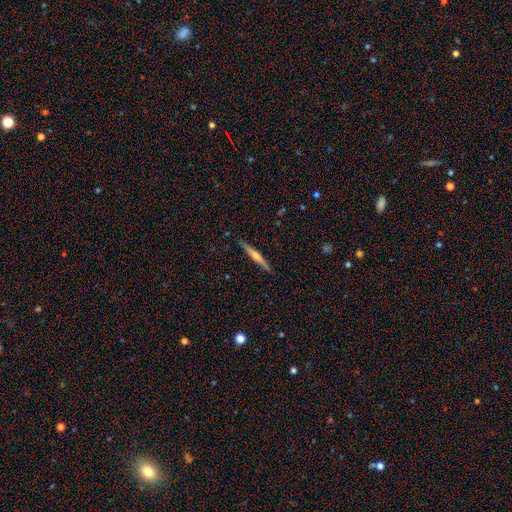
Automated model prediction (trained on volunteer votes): featured or disk 63%, smooth 31%, star or artifact 6%. Down the decision tree: edge-on disk — yes (97%); edge-on bulge — rounded (80%); merging — none (91%).